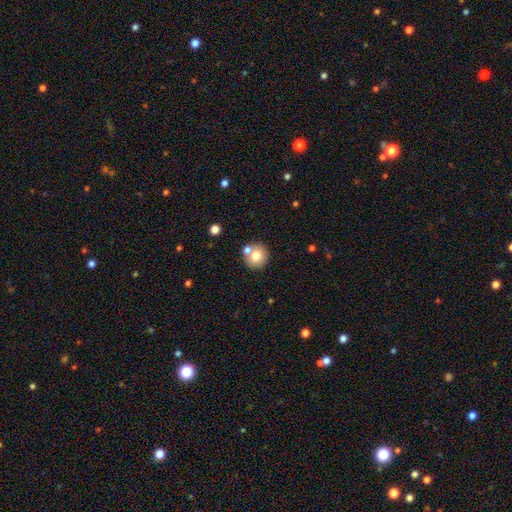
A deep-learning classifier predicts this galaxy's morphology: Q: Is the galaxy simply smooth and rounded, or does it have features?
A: smooth — 74%.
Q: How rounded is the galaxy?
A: round — 92%.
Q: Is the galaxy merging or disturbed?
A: none — 70%.